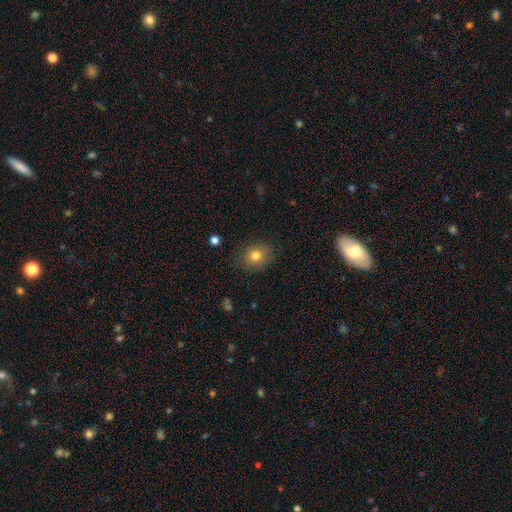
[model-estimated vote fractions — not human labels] Smooth or featured? smooth (78%)
How rounded? round (60%)
Merging? none (83%)